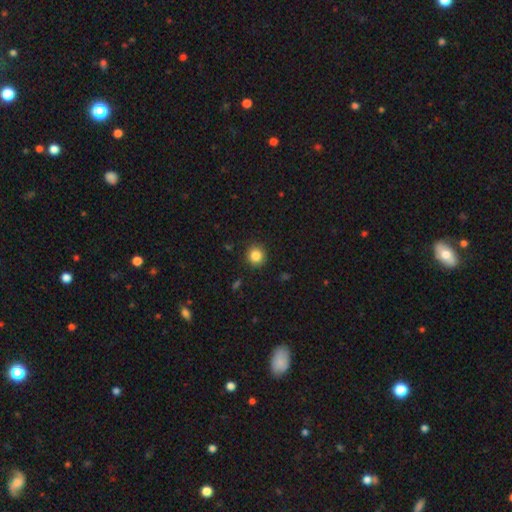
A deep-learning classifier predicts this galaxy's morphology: This appears to be a smooth galaxy with no disk features (85%) that is round (92%). Merging: none (90%).